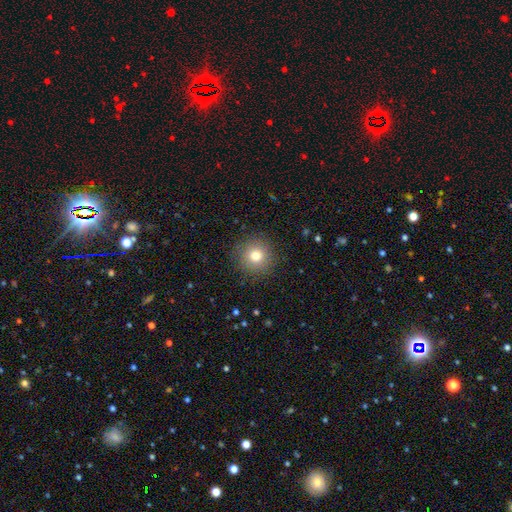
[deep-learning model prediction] This appears to be a smooth galaxy with no disk features (78%) that is round (95%). Merging: none (90%).